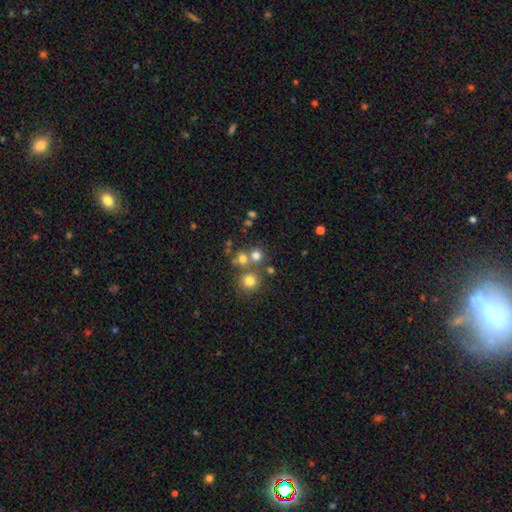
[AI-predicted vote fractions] smooth-or-featured: smooth: 71% | star or artifact: 18% | featured or disk: 11%
  how-rounded: round: 89% | in between: 10% | cigar-shaped: 1%
  merging: none: 62% | merger: 28% | minor disturbance: 7% | major disturbance: 4%